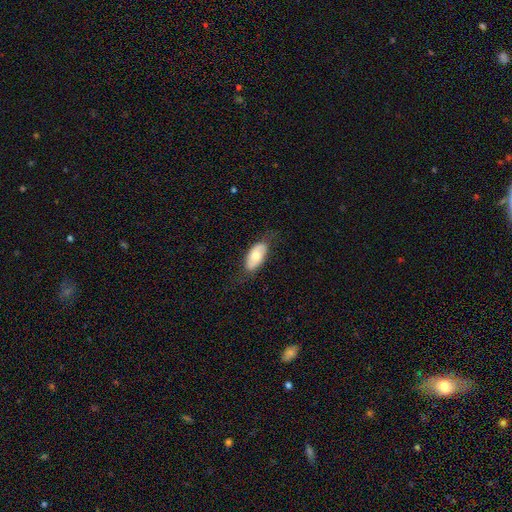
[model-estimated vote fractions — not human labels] smooth 63%, featured or disk 31%, star or artifact 6%. Down the decision tree: how rounded — in between (93%); merging — none (73%).